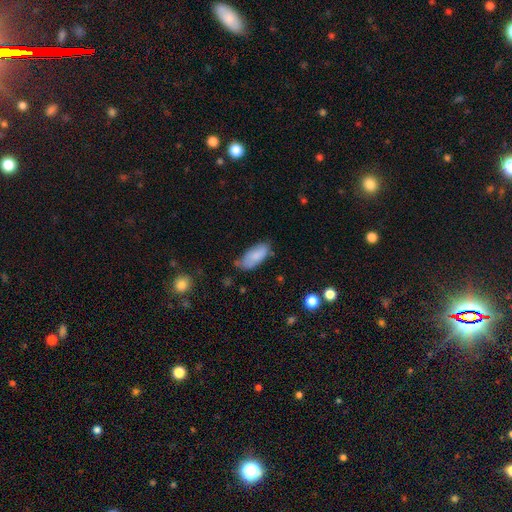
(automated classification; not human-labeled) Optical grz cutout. It shows a smooth galaxy with no disk features (83%) that is in between round and cigar-shaped (87%). Merging: none (58%).